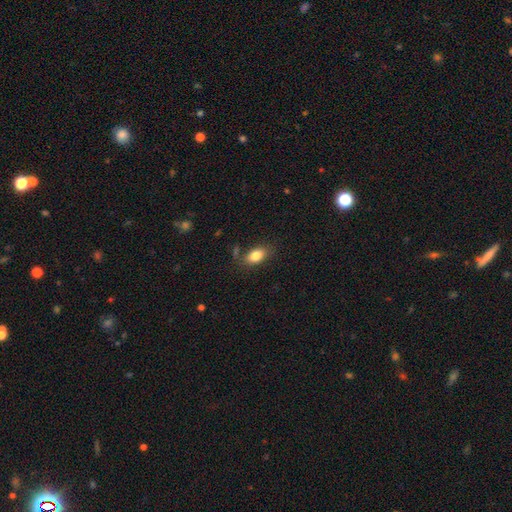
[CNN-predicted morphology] smooth_or_featured: smooth (p=0.83) [alt: featured or disk p=0.09]
how_rounded: in between (p=0.88) [alt: round p=0.08]
merging: none (p=0.77) [alt: minor disturbance p=0.15]